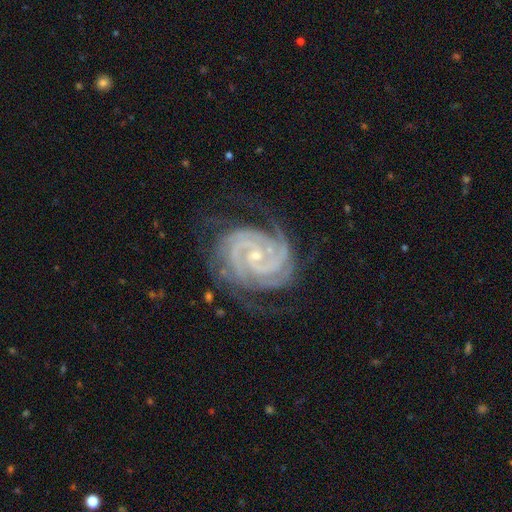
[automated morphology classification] Smooth or featured: featured or disk — 93% (star or artifact — 5%)
Edge-on disk: no — 98% (yes — 2%)
Bar: no — 57% (weak — 29%)
Spiral arms: yes — 99% (no — 1%)
Spiral winding: tight — 80% (medium — 18%)
Spiral arm count: 2 — 36% (3 — 25%)
Bulge size: small — 78% (moderate — 19%)
Merging: none — 73% (minor disturbance — 18%)